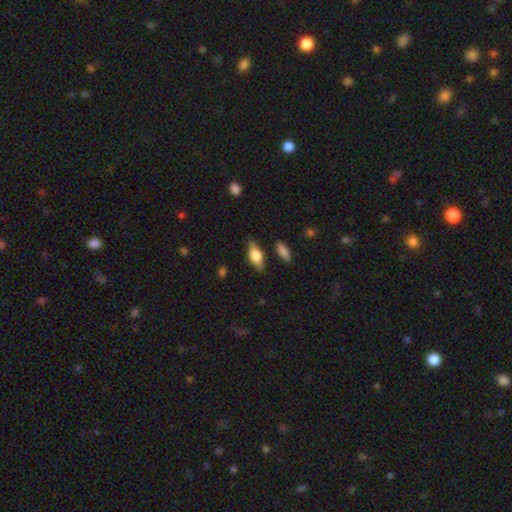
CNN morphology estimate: Smooth or featured?
  - smooth: 67% *
  - featured or disk: 26%
  - star or artifact: 7%
How rounded?
  - in between: 78% *
  - cigar-shaped: 19%
  - round: 4%
Merging?
  - none: 80% *
  - minor disturbance: 14%
  - major disturbance: 3%
  - merger: 3%